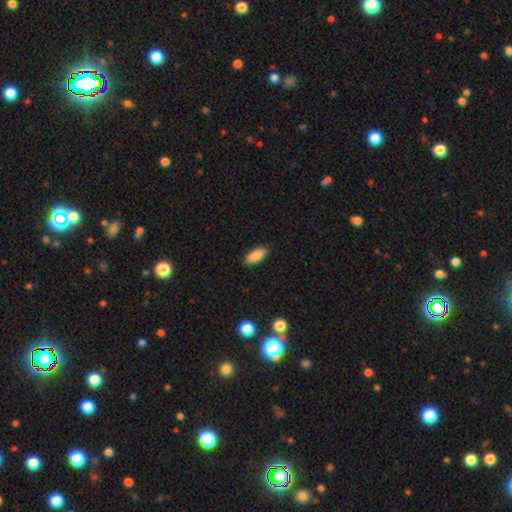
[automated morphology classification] A smooth galaxy with no disk features (87%) that is in between round and cigar-shaped (84%).

Vote fractions:
- Smooth or featured? smooth: 87% / star or artifact: 7% / featured or disk: 6%
- How rounded? in between: 84% / cigar-shaped: 14% / round: 2%
- Merging? none: 87% / minor disturbance: 10% / major disturbance: 2% / merger: 1%